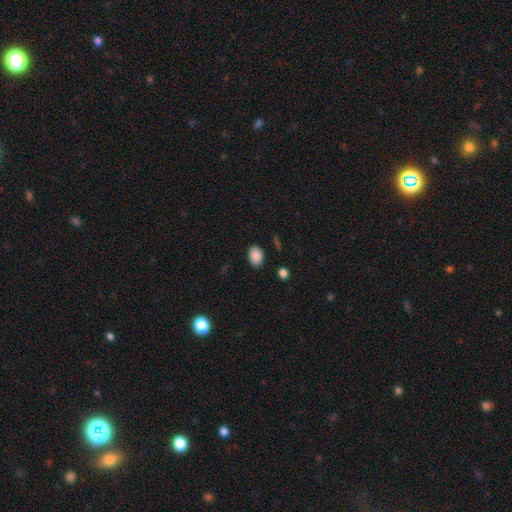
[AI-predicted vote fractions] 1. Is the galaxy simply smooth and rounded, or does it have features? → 88% smooth, 8% star or artifact, 4% featured or disk.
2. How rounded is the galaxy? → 83% in between, 16% round, 1% cigar-shaped.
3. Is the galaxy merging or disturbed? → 84% none, 11% minor disturbance, 3% major disturbance, 2% merger.